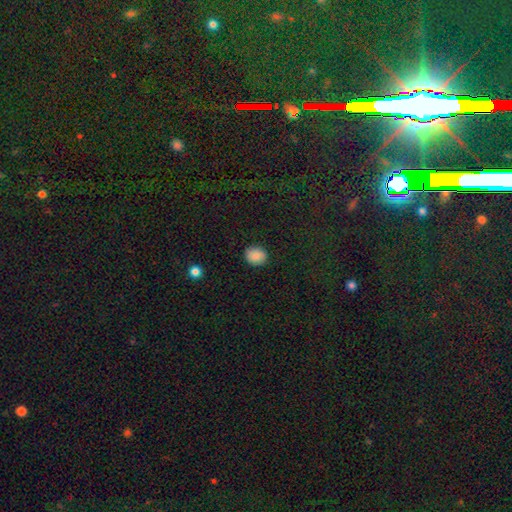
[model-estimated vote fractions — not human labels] Q: Smooth or featured?
A: smooth (88%); runner-up: star or artifact (8%)
Q: How rounded?
A: round (64%); runner-up: in between (35%)
Q: Merging?
A: none (88%); runner-up: minor disturbance (9%)